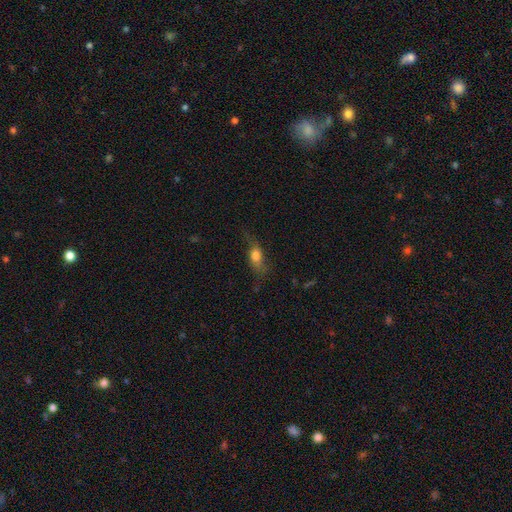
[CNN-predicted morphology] Smooth or featured? Predicted: smooth (p=0.64). How rounded? Predicted: in between (p=0.68). Merging? Predicted: none (p=0.53).